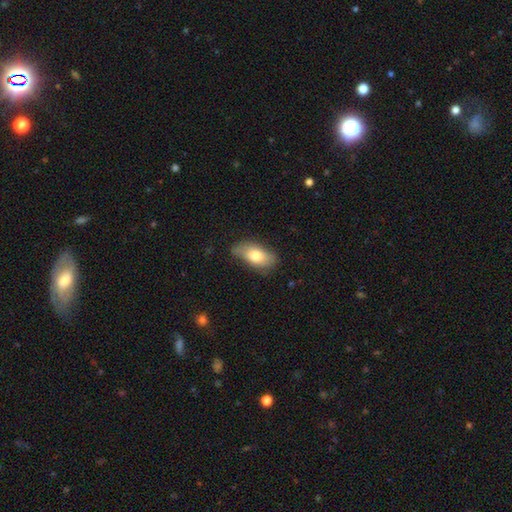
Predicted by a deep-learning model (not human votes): Morphology: type=smooth (74%); roundness=in between (89%); merging=none (69%).